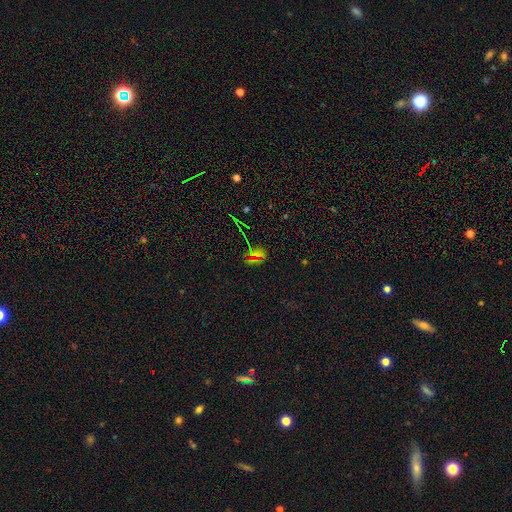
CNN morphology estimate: smooth-or-featured: star or artifact: 52% | smooth: 38% | featured or disk: 11%